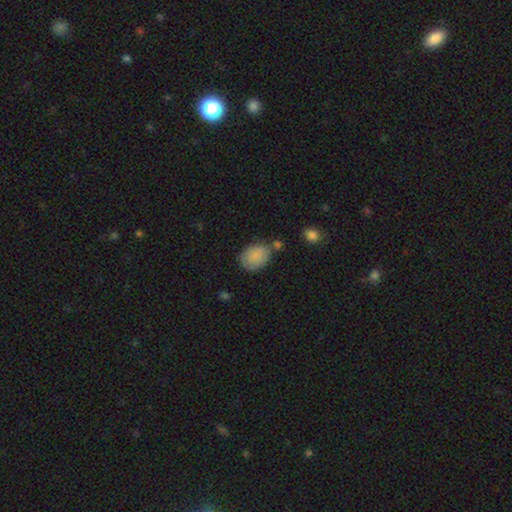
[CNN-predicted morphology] A smooth galaxy with no disk features (85%) that is in between round and cigar-shaped (71%).

Vote fractions:
- Smooth or featured? smooth: 85% / featured or disk: 8% / star or artifact: 7%
- How rounded? in between: 71% / round: 28% / cigar-shaped: 1%
- Merging? none: 63% / minor disturbance: 22% / merger: 9% / major disturbance: 6%